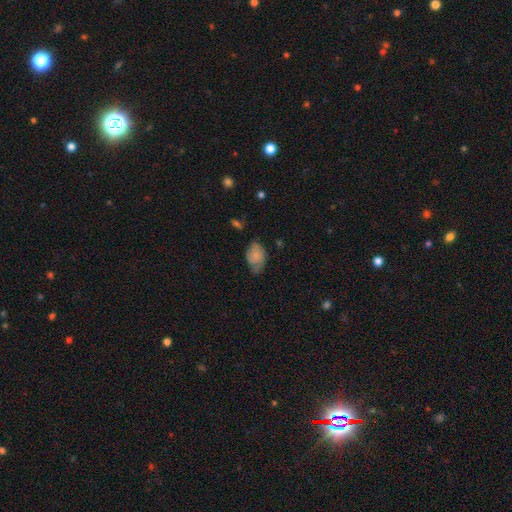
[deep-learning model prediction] Morphology: type=smooth (71%); roundness=in between (87%); merging=none (49%).